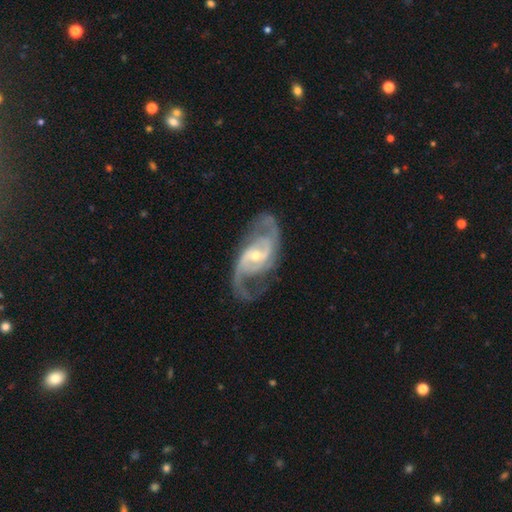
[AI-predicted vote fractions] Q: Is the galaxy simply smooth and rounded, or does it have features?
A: featured or disk — 91%.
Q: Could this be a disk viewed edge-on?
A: no — 96%.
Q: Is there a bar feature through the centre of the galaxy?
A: weak — 40%.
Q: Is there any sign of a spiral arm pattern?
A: yes — 97%.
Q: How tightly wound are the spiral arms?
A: medium — 51%.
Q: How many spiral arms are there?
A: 2 — 89%.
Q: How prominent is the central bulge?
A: moderate — 50%.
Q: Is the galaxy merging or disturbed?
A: none — 71%.